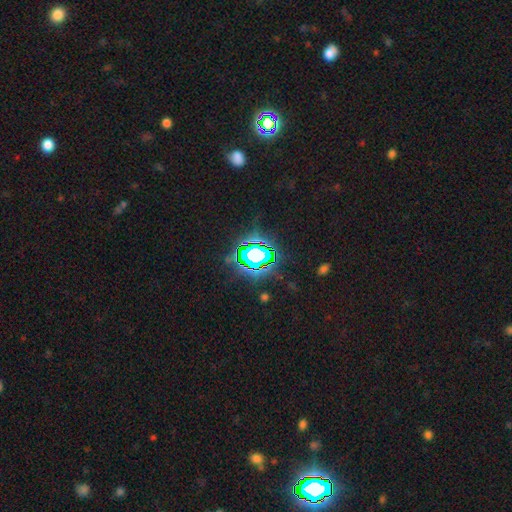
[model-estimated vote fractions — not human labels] Smooth or featured? Predicted: star or artifact (p=0.73).